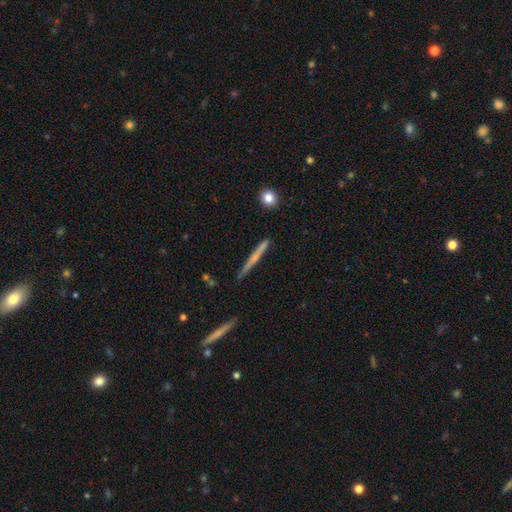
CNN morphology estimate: A featured or disk galaxy (49%). Merging: none (88%).